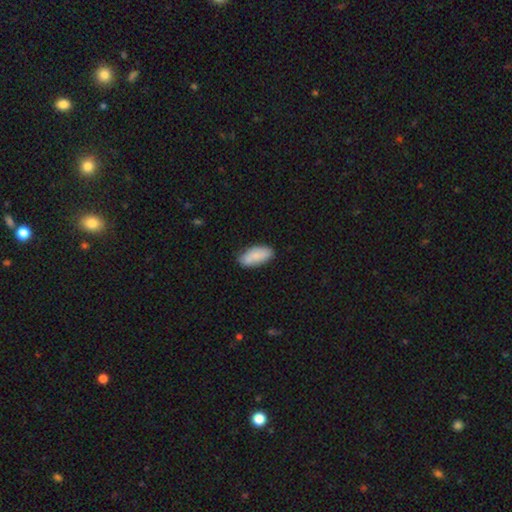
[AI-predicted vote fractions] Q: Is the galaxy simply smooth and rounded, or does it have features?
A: smooth — 84%.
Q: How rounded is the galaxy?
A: in between — 88%.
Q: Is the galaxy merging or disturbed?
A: none — 77%.